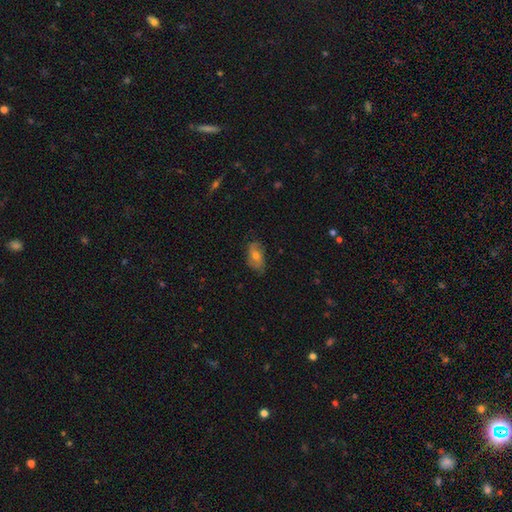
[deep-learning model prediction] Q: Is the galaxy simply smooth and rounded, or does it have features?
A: smooth — 44%, tied with featured or disk.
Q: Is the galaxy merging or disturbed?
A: none — 75%.